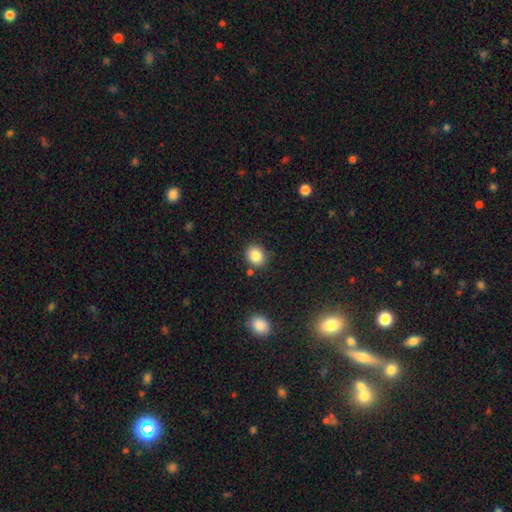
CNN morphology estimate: type=smooth (86%); roundness=round (68%); merging=none (83%).